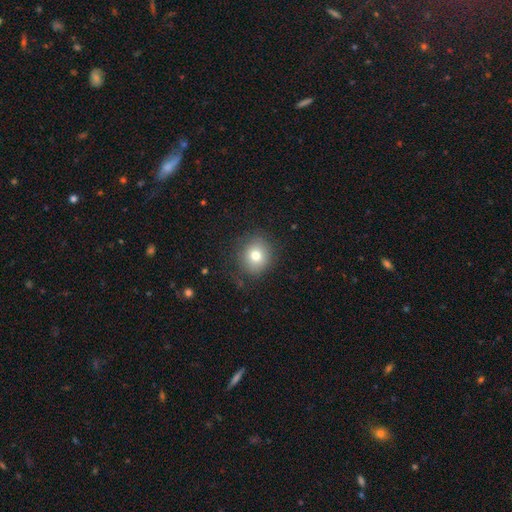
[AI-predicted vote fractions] Smooth or featured? smooth (76%)
How rounded? round (77%)
Merging? none (83%)